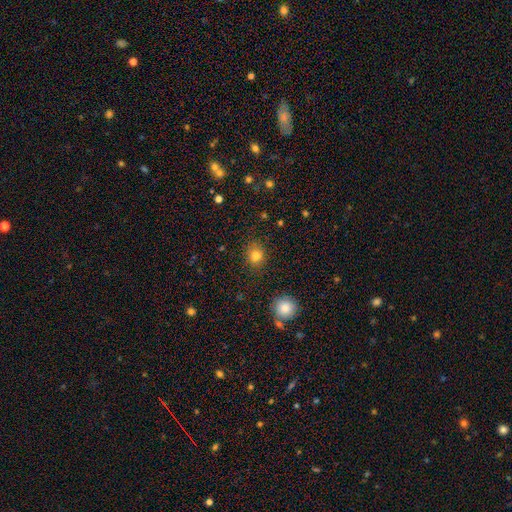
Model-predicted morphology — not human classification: Smooth or featured? Predicted: smooth (p=0.80). How rounded? Predicted: round (p=0.70). Merging? Predicted: none (p=0.85).